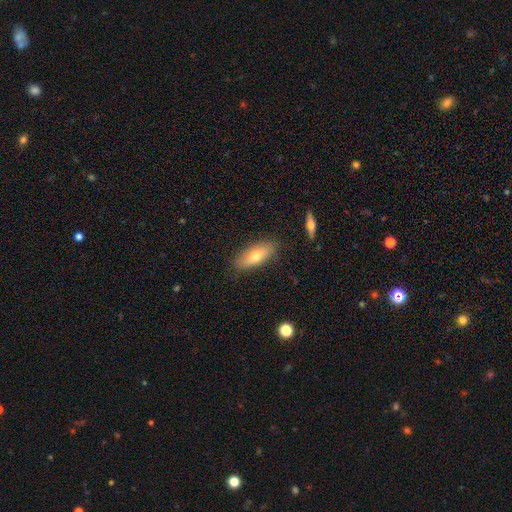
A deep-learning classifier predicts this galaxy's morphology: Smooth or featured? smooth (67%)
How rounded? in between (69%)
Merging? none (83%)